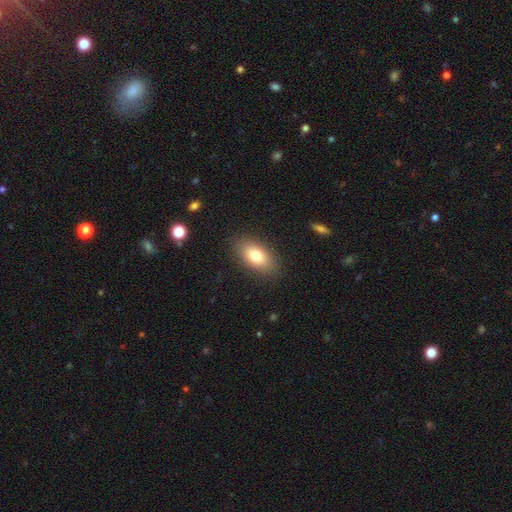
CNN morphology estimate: This is likely a smooth galaxy (80%). How rounded: clearly in between (90%). Merging: clearly none (86%).